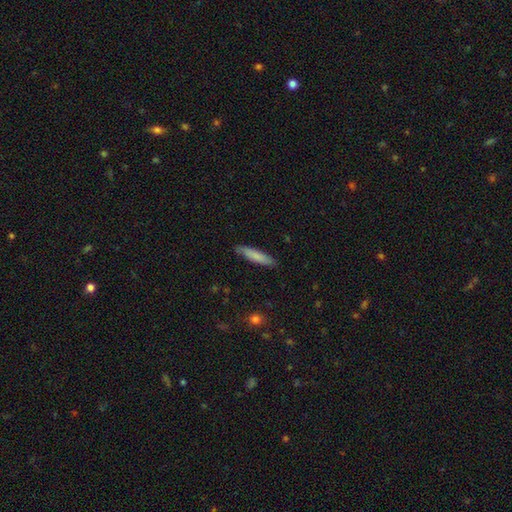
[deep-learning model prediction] A smooth galaxy with no disk features (77%) that is cigar-shaped (84%). Merging: none (84%).